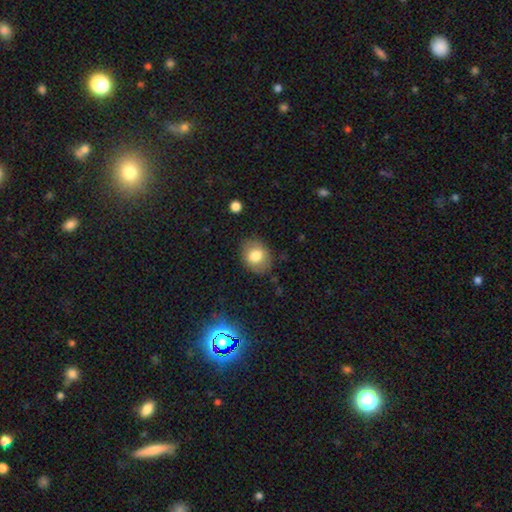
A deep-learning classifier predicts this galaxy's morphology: smooth-or-featured: smooth: 78% | featured or disk: 13% | star or artifact: 9%
  how-rounded: in between: 51% | round: 48% | cigar-shaped: 1%
  merging: none: 82% | minor disturbance: 13% | major disturbance: 3% | merger: 1%